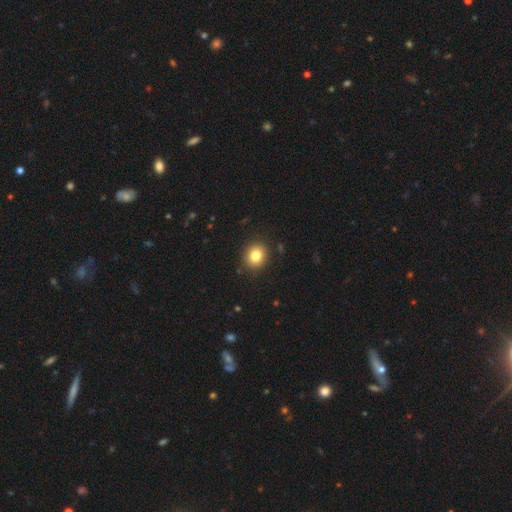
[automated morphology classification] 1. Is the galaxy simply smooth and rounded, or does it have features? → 82% smooth, 11% star or artifact, 7% featured or disk.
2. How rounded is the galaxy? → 80% round, 19% in between, 1% cigar-shaped.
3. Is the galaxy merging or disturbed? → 90% none, 7% minor disturbance, 2% major disturbance, 1% merger.